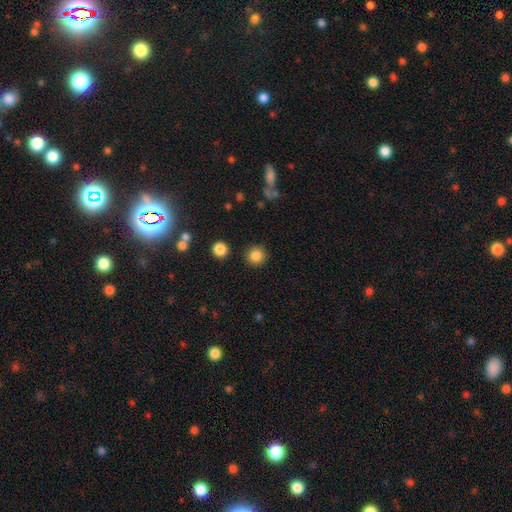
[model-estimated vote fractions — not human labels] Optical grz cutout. It shows a smooth galaxy with no disk features (85%) that is round (95%). Merging: none (90%).